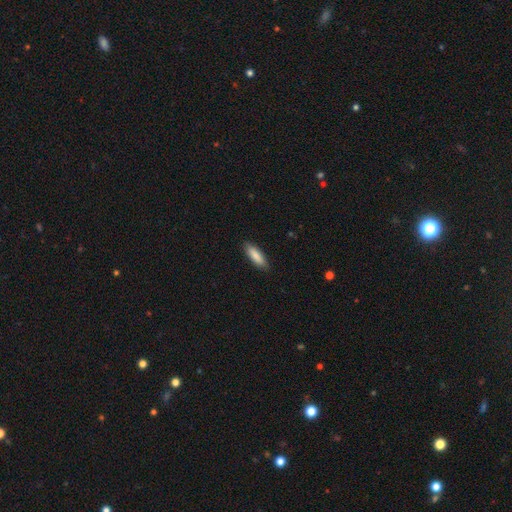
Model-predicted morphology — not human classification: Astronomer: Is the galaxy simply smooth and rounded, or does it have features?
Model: smooth — 86%.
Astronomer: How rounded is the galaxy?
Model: cigar-shaped — 52% (runner-up: in between, 46%).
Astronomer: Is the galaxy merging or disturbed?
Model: none — 89%.